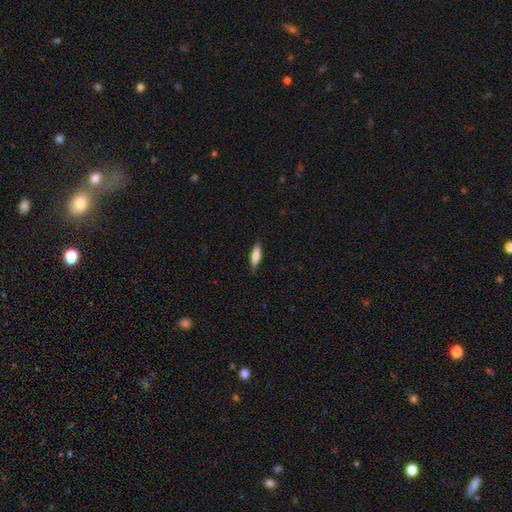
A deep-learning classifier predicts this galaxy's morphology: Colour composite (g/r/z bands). It shows a smooth galaxy with no disk features (73%) that is cigar-shaped (67%). Merging: none (85%).